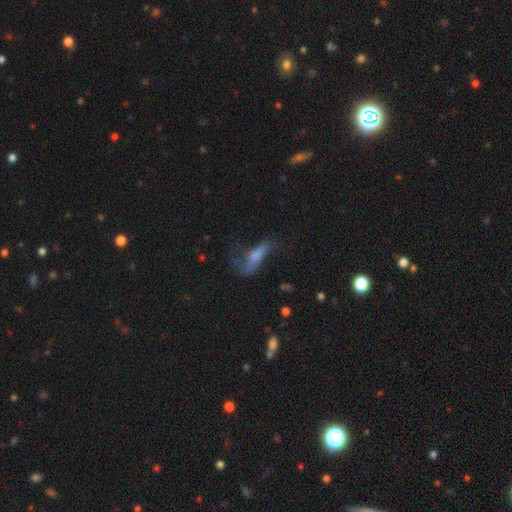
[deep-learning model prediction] Smooth or featured? Predicted: smooth (p=0.59). How rounded? Predicted: in between (p=0.52). Merging? Predicted: major disturbance (p=0.44).